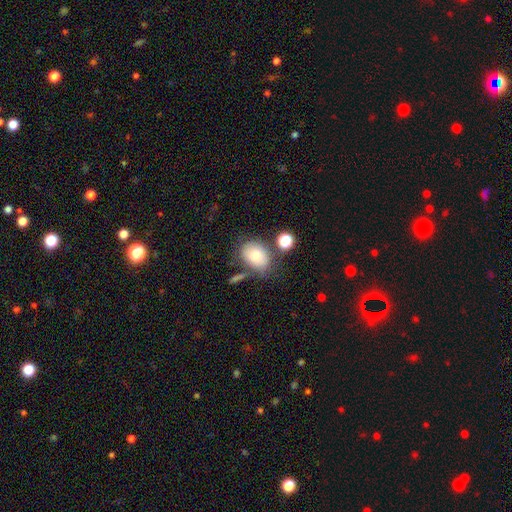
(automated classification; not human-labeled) smooth-or-featured: smooth: 74% | featured or disk: 15% | star or artifact: 10%
  how-rounded: in between: 62% | round: 37% | cigar-shaped: 1%
  merging: none: 65% | minor disturbance: 17% | merger: 11% | major disturbance: 6%